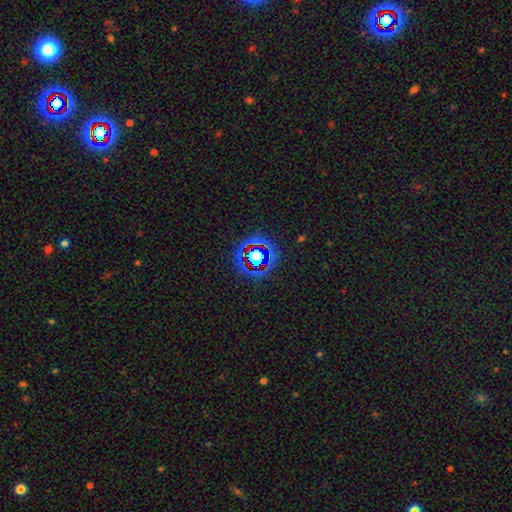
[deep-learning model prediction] The model was most divided on "smooth or featured": star or artifact: 62%, smooth: 25%, featured or disk: 13%.